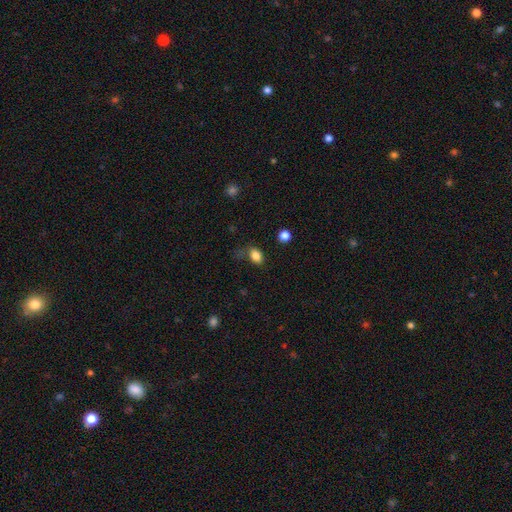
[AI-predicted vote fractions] Overall: smooth (84%). How rounded: in between (76%). Merging: none (60%; minor disturbance 24%).